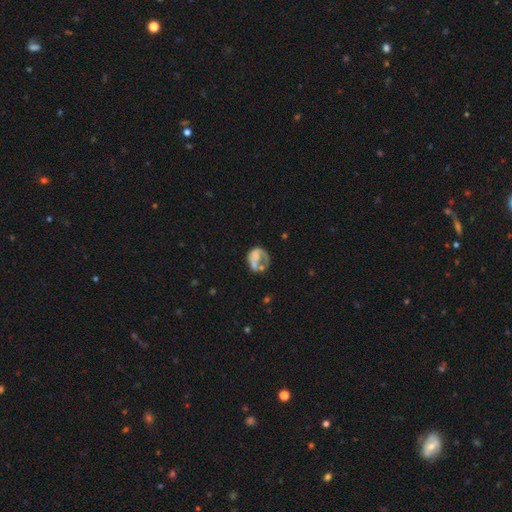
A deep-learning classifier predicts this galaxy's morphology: Smooth or featured? Predicted: featured or disk (p=0.50). Merging? Predicted: major disturbance (p=0.38).